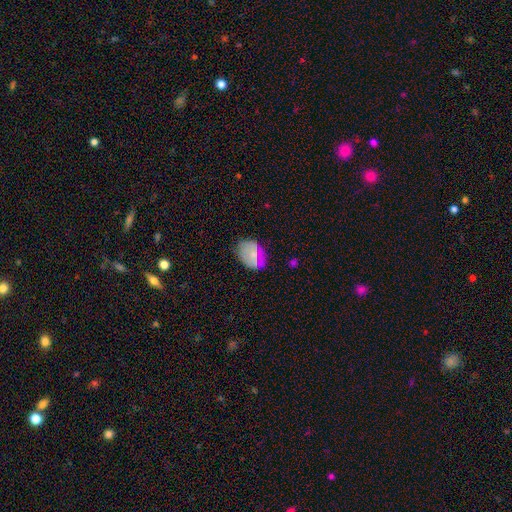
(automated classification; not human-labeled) smooth-or-featured: smooth: 66% | featured or disk: 22% | star or artifact: 13%
  how-rounded: in between: 78% | round: 20% | cigar-shaped: 2%
  merging: none: 75% | minor disturbance: 19% | major disturbance: 5% | merger: 1%